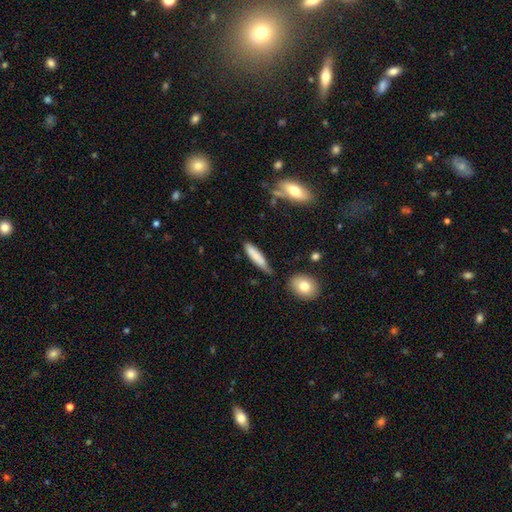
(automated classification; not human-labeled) A smooth galaxy with no disk features (77%) that is cigar-shaped (78%).

Vote fractions:
- Smooth or featured? smooth: 77% / featured or disk: 16% / star or artifact: 7%
- How rounded? cigar-shaped: 78% / in between: 21% / round: 2%
- Merging? none: 65% / minor disturbance: 26% / major disturbance: 5% / merger: 4%